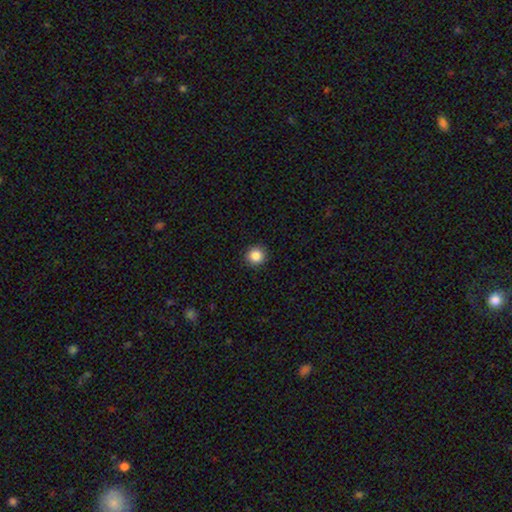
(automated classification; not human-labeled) This is clearly a smooth galaxy (86%). How rounded: clearly round (94%). Merging: clearly none (92%).